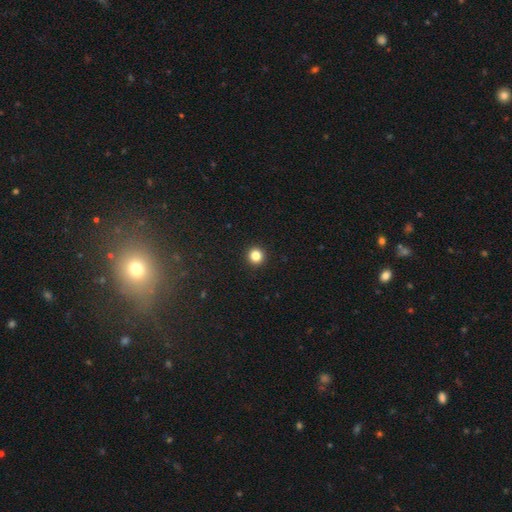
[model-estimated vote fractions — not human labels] smooth_or_featured: smooth (p=0.83) [alt: star or artifact p=0.12]
how_rounded: round (p=0.94) [alt: in between p=0.05]
merging: none (p=0.94) [alt: minor disturbance p=0.04]